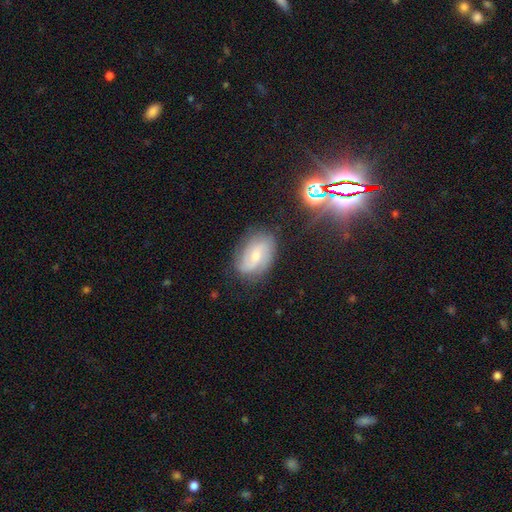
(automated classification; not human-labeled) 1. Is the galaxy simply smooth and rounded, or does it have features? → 68% featured or disk, 23% smooth, 9% star or artifact.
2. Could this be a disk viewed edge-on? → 96% no, 4% yes.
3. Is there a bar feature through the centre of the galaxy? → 47% no, 43% weak, 10% strong.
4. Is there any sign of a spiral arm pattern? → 93% yes, 7% no.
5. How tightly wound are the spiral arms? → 43% medium, 35% tight, 23% loose.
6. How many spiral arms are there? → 58% 2, 20% can't tell, 13% 3, 4% 1, 3% 4, 2% more than 4.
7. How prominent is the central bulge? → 51% small, 43% moderate, 3% none, 2% large, 1% dominant.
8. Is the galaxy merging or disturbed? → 75% none, 18% minor disturbance, 6% major disturbance, 2% merger.